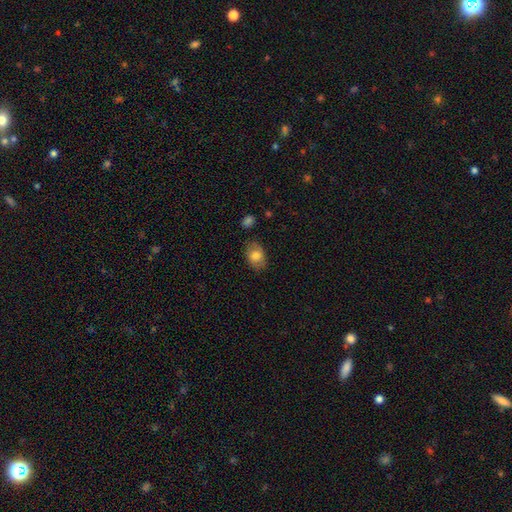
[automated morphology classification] Smooth or featured? smooth (78%)
How rounded? in between (80%)
Merging? none (82%)